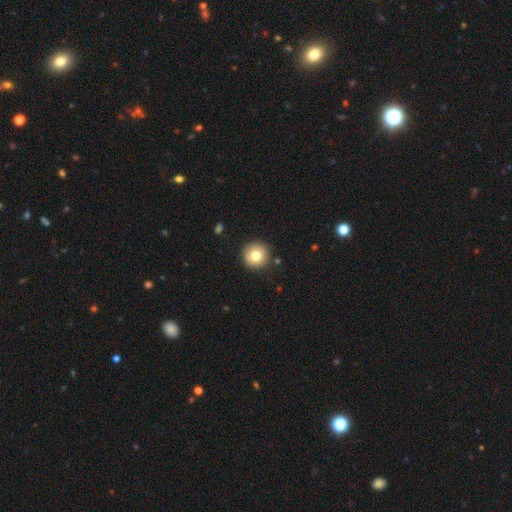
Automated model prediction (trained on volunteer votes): Smooth or featured? Predicted: smooth (p=0.78). How rounded? Predicted: round (p=0.96). Merging? Predicted: none (p=0.91).